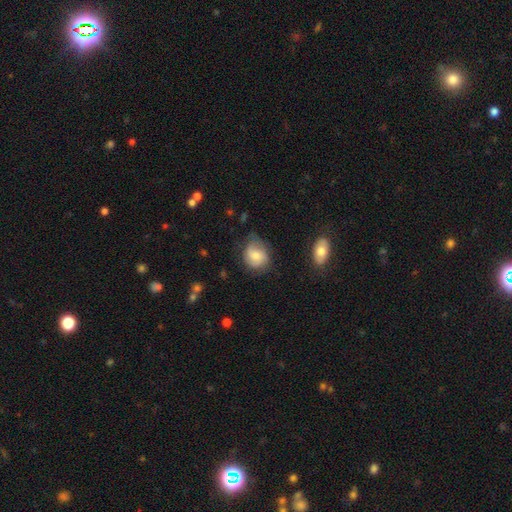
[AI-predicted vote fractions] Smooth or featured: smooth — 61% (featured or disk — 32%)
How rounded: round — 63% (in between — 36%)
Merging: none — 58% (minor disturbance — 30%)